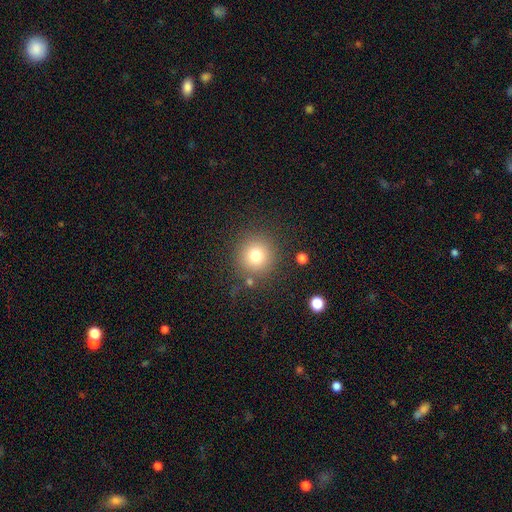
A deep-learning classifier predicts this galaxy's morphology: This appears to be a smooth galaxy with no disk features (78%) that is round (94%). Merging: none (85%).